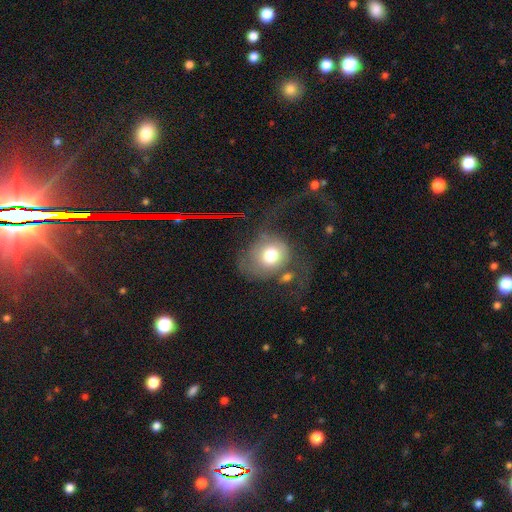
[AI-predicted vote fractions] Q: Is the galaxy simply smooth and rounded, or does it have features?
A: smooth — 44%.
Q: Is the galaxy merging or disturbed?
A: major disturbance — 46%.